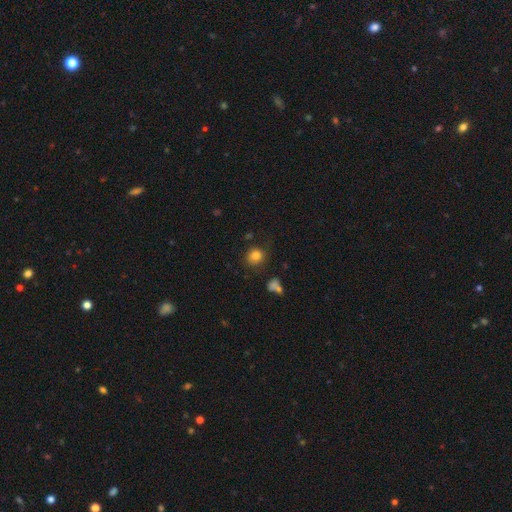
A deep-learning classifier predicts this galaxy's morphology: The model was most divided on "merging": none: 78%, minor disturbance: 14%, major disturbance: 5%, merger: 3%. More confident: how rounded — round (85%); smooth or featured — smooth (82%).